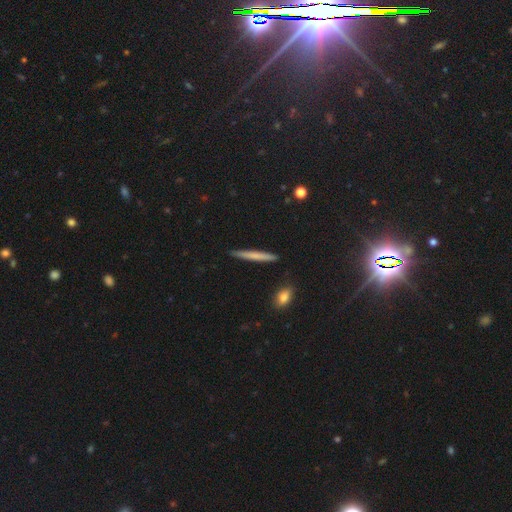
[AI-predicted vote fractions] Overall: smooth (66%; featured or disk 29%). How rounded: cigar-shaped (96%). Merging: none (89%).